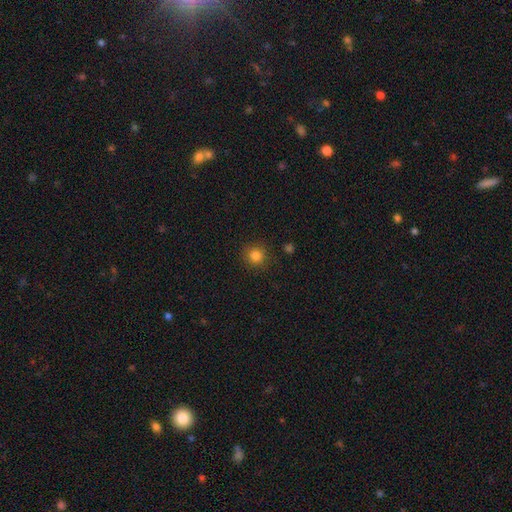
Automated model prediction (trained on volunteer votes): smooth_or_featured: smooth (p=0.83) [alt: star or artifact p=0.13]
how_rounded: round (p=0.92) [alt: in between p=0.07]
merging: none (p=0.88) [alt: minor disturbance p=0.07]